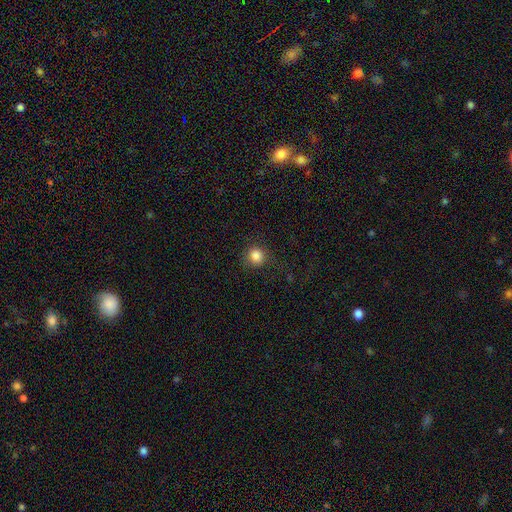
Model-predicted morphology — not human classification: smooth_or_featured: smooth (p=0.84) [alt: star or artifact p=0.11]
how_rounded: round (p=0.91) [alt: in between p=0.08]
merging: none (p=0.82) [alt: minor disturbance p=0.11]